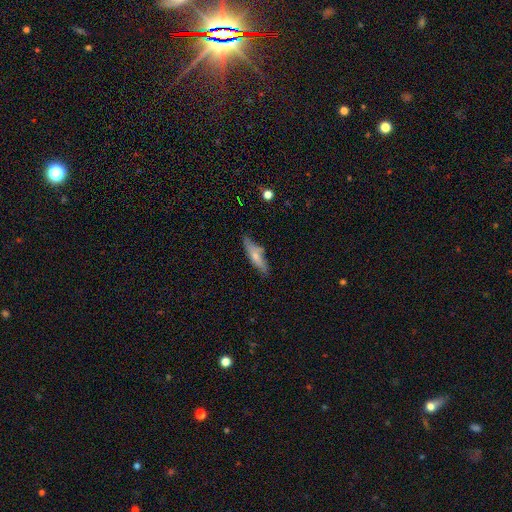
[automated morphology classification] A smooth galaxy with no disk features (62%) that is cigar-shaped (61%).

Vote fractions:
- Smooth or featured? smooth: 62% / featured or disk: 31% / star or artifact: 7%
- How rounded? cigar-shaped: 61% / in between: 37% / round: 2%
- Merging? none: 65% / minor disturbance: 25% / major disturbance: 6% / merger: 4%